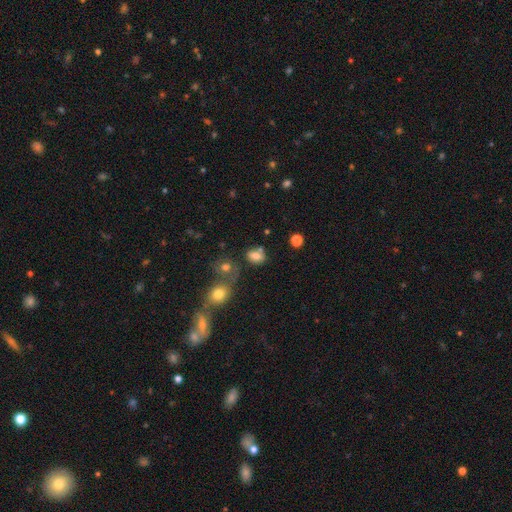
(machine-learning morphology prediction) Overall: smooth (76%). How rounded: in between (72%). Merging: none (57%; merger 21%).